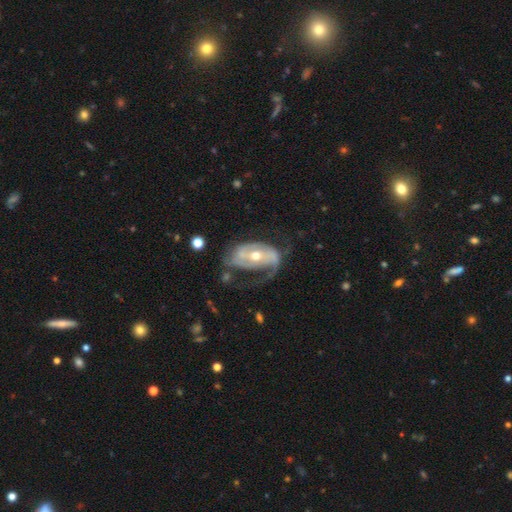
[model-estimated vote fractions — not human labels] This appears to be a featured or disk galaxy (80%) with no bar (37%), 2 (53%) medium (39%) spiral arms (86%) and a moderate central bulge (61%). Merging: none (38%).